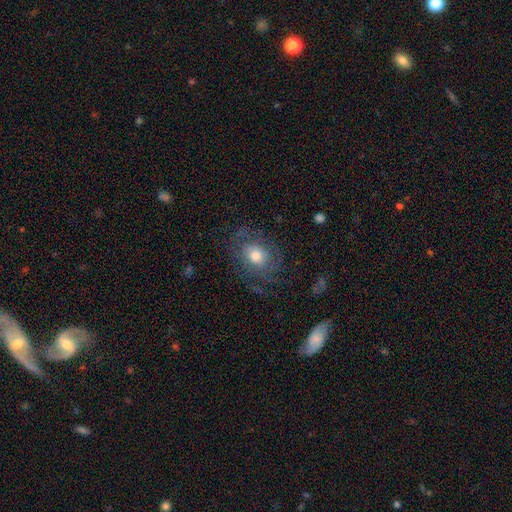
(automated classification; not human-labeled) A featured or disk galaxy (52%). Merging: none (66%).